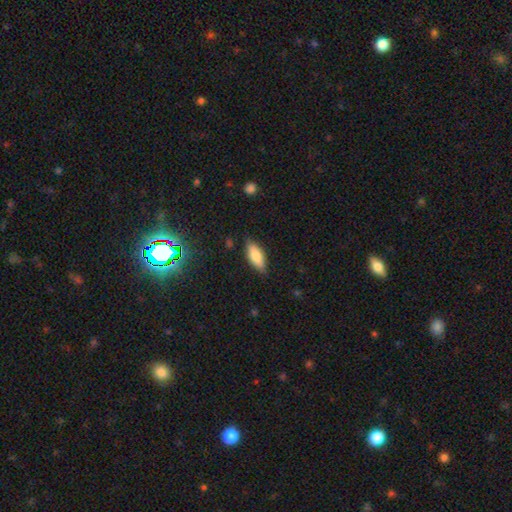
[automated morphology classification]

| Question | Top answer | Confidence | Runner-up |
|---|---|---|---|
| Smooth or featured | smooth | 77% | featured or disk (16%) |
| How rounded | in between | 71% | cigar-shaped (27%) |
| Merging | none | 81% | minor disturbance (14%) |